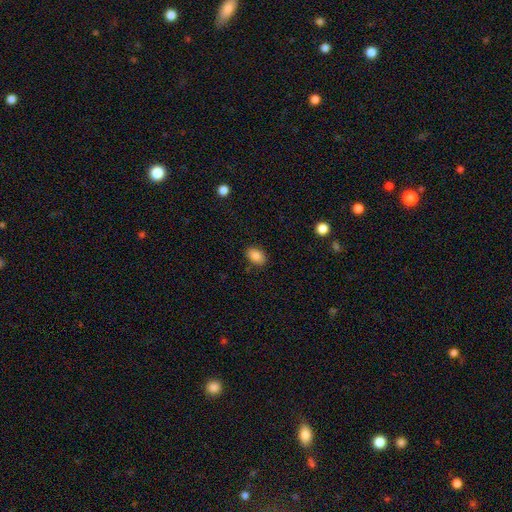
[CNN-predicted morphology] This is clearly a smooth galaxy (87%). How rounded: clearly in between (85%). Merging: clearly none (86%).